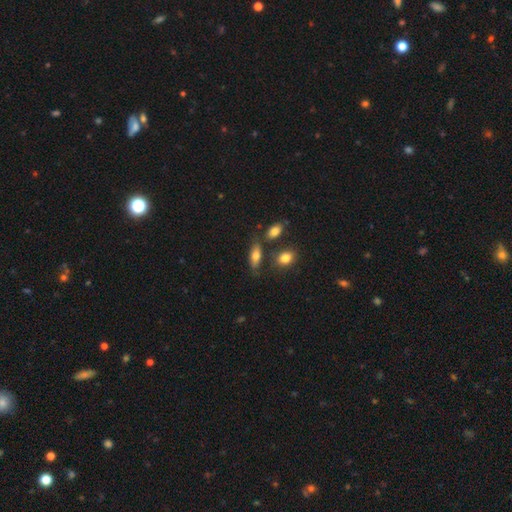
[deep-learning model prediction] A smooth galaxy with no disk features (67%) that is in between round and cigar-shaped (70%). Merging: none (70%).